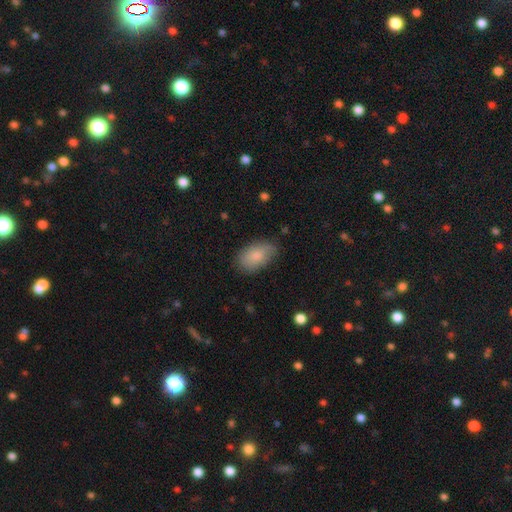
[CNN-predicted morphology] A smooth galaxy with no disk features (82%) that is in between round and cigar-shaped (92%). Merging: none (76%).